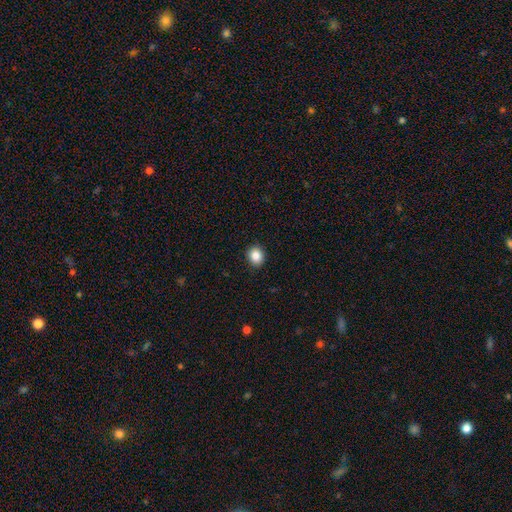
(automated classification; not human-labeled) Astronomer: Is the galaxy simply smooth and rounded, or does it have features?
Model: smooth — 85%.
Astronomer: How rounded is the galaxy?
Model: round — 72%.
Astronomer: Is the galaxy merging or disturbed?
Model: none — 91%.